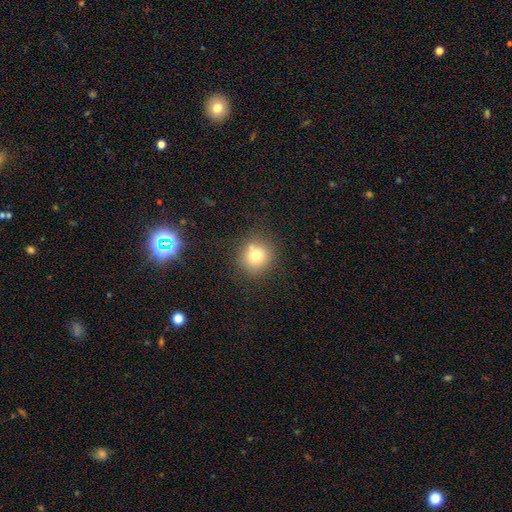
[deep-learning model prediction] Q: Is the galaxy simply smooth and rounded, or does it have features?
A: smooth — 74%.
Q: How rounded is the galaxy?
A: round — 91%.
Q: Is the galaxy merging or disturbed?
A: none — 78%.